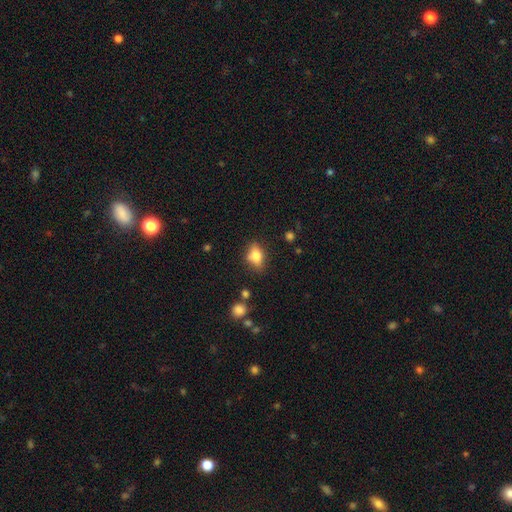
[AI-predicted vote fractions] Smooth or featured? smooth (72%)
How rounded? in between (76%)
Merging? none (70%)